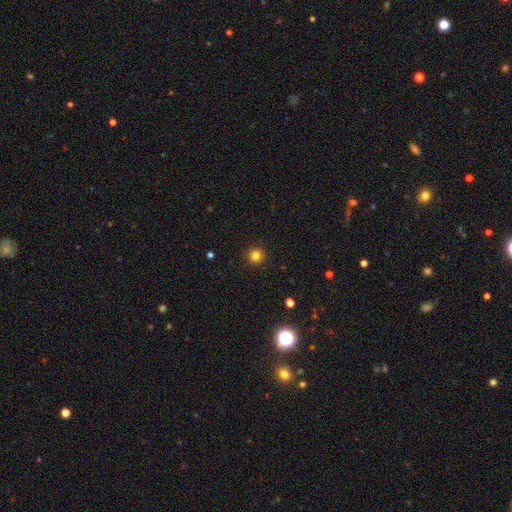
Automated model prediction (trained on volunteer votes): Morphology: type=smooth (82%); roundness=round (95%); merging=none (93%).